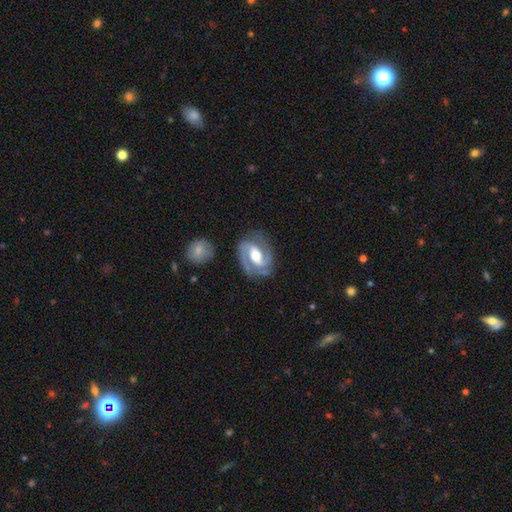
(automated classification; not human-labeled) Q: Smooth or featured?
A: featured or disk (88%); runner-up: smooth (8%)
Q: Edge-on disk?
A: no (97%); runner-up: yes (3%)
Q: Bar?
A: weak (40%); runner-up: strong (39%)
Q: Spiral arms?
A: yes (97%); runner-up: no (3%)
Q: Spiral winding?
A: medium (55%); runner-up: tight (33%)
Q: Spiral arm count?
A: 2 (90%); runner-up: 1 (3%)
Q: Bulge size?
A: moderate (66%); runner-up: large (20%)
Q: Merging?
A: none (76%); runner-up: minor disturbance (16%)